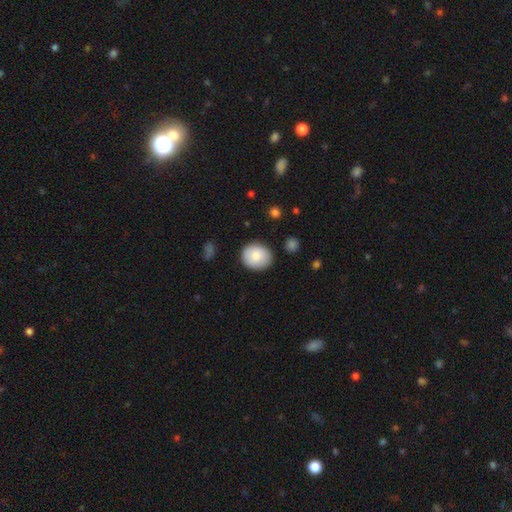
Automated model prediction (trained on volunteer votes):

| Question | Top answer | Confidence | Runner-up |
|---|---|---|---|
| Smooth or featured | smooth | 82% | featured or disk (11%) |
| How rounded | round | 74% | in between (25%) |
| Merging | none | 85% | minor disturbance (10%) |